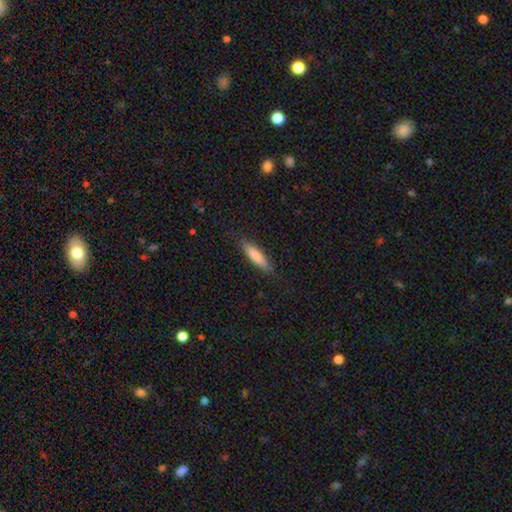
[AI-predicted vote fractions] A smooth galaxy with no disk features (78%) that is cigar-shaped (77%). Merging: none (84%).